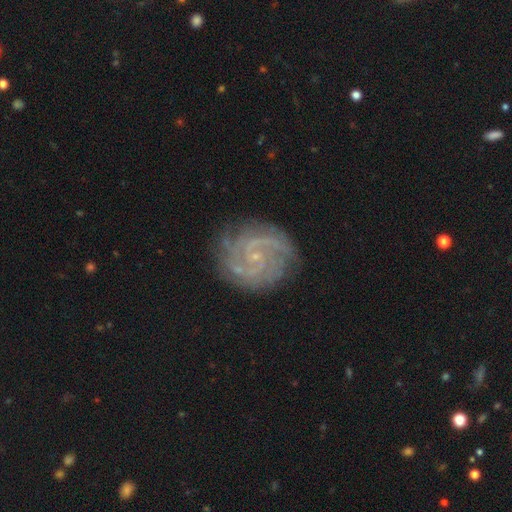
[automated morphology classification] Smooth or featured? Predicted: featured or disk (p=0.86). Edge-on disk? Predicted: no (p=0.98). Bar? Predicted: no (p=0.57). Spiral arms? Predicted: yes (p=0.97). Spiral winding? Predicted: tight (p=0.52). Spiral arm count? Predicted: 2 (p=0.40). Bulge size? Predicted: small (p=0.84). Merging? Predicted: none (p=0.81).